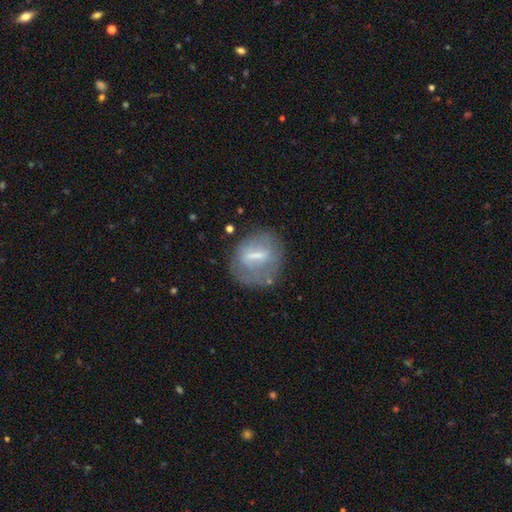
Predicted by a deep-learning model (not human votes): featured or disk 54%, smooth 37%, star or artifact 9%. Down the decision tree: edge-on disk — no (91%); merging — none (62%).